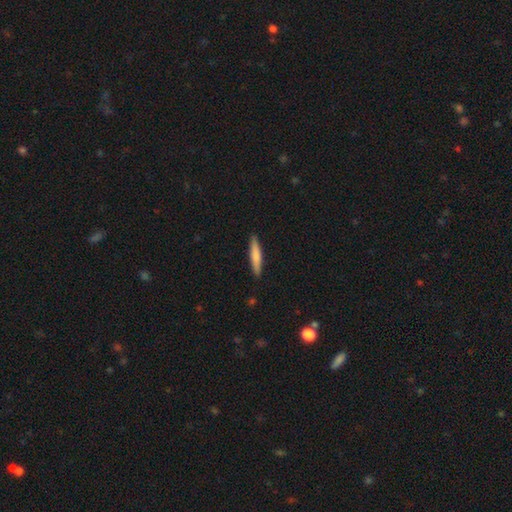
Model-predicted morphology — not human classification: This appears to be a smooth galaxy with no disk features (71%) that is cigar-shaped (91%). Merging: none (90%).